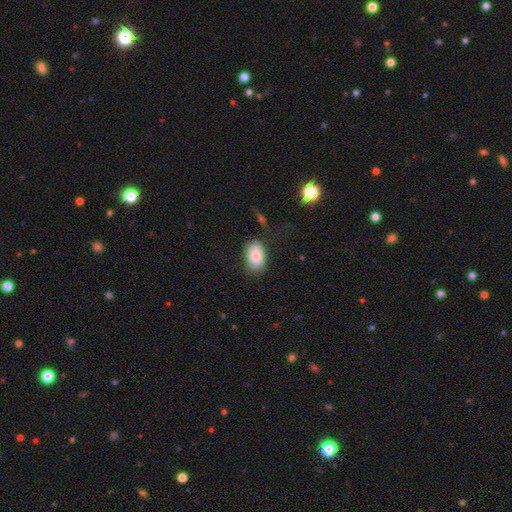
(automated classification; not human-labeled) Overall: smooth (84%). How rounded: in between (89%). Merging: none (71%).